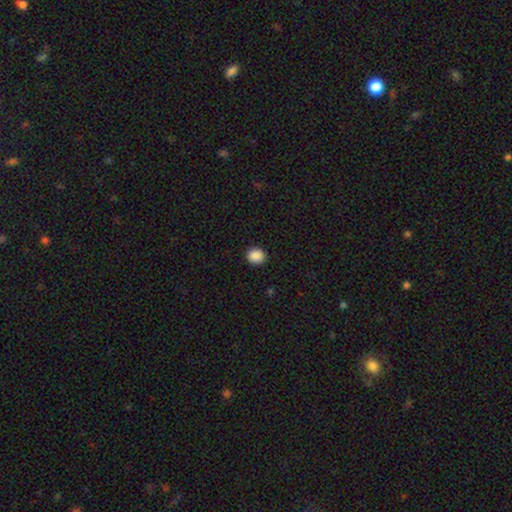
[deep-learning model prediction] Smooth or featured: smooth — 89% (star or artifact — 9%)
How rounded: round — 77% (in between — 22%)
Merging: none — 91% (minor disturbance — 6%)